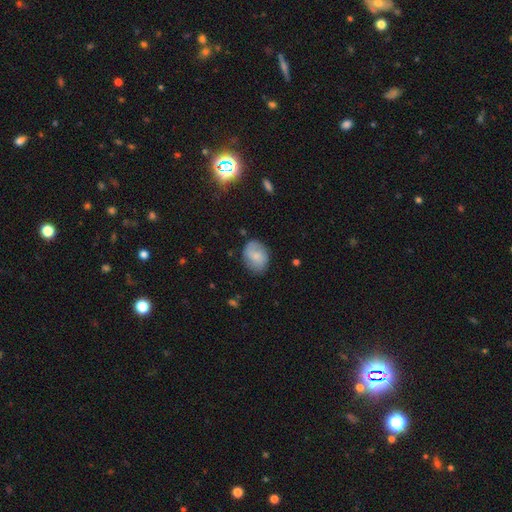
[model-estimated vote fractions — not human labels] Q: Smooth or featured?
A: smooth (66%); runner-up: featured or disk (27%)
Q: How rounded?
A: in between (59%); runner-up: round (40%)
Q: Merging?
A: none (75%); runner-up: minor disturbance (19%)